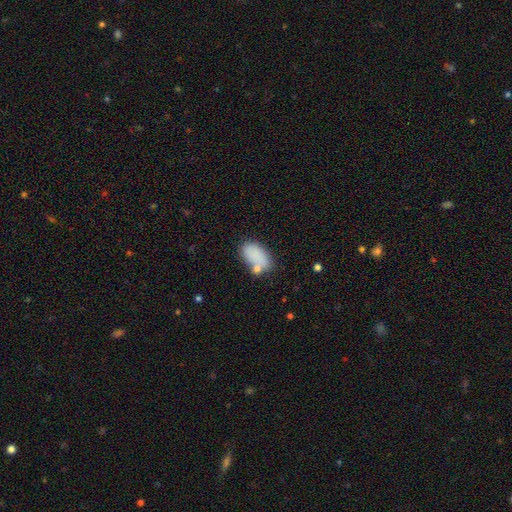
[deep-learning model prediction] smooth 81%, featured or disk 10%, star or artifact 8%. Down the decision tree: how rounded — in between (92%); merging — none (53%).